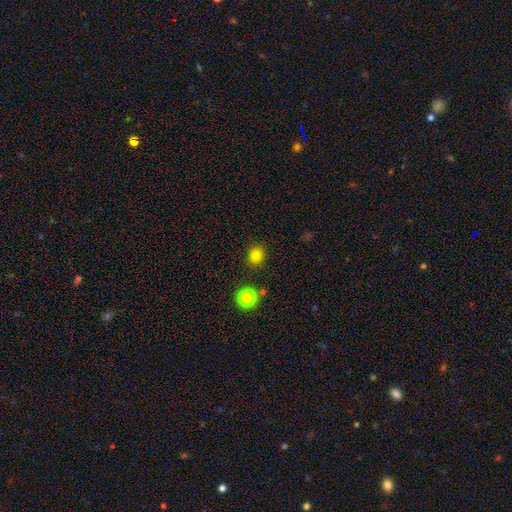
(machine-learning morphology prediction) A smooth galaxy with no disk features (81%) that is round (79%). Merging: none (87%).